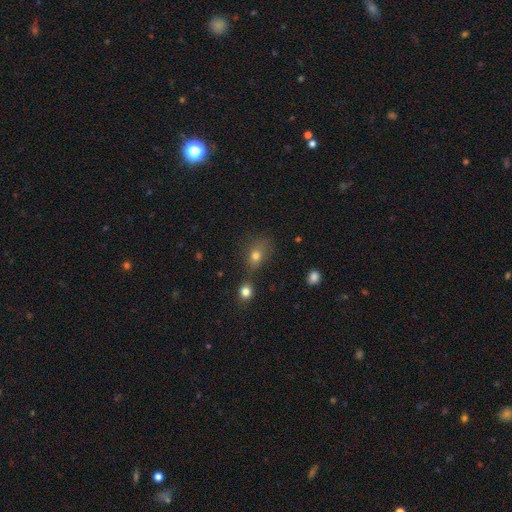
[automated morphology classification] Smooth or featured? Predicted: smooth (p=0.75). How rounded? Predicted: in between (p=0.58). Merging? Predicted: none (p=0.48).